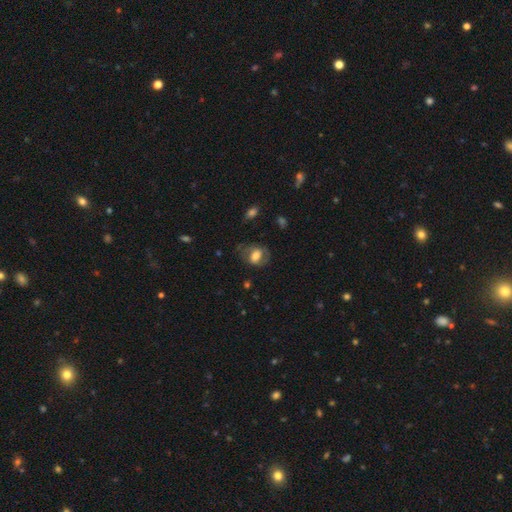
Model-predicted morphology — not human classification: This is possibly a smooth galaxy (55%). How rounded: likely in between (67%). Merging: possibly none (58%).